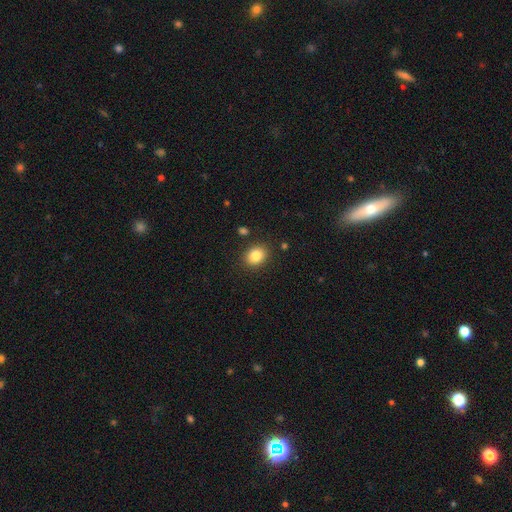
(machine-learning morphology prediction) smooth 84%, star or artifact 9%, featured or disk 7%. Down the decision tree: how rounded — in between (52%); merging — none (87%).